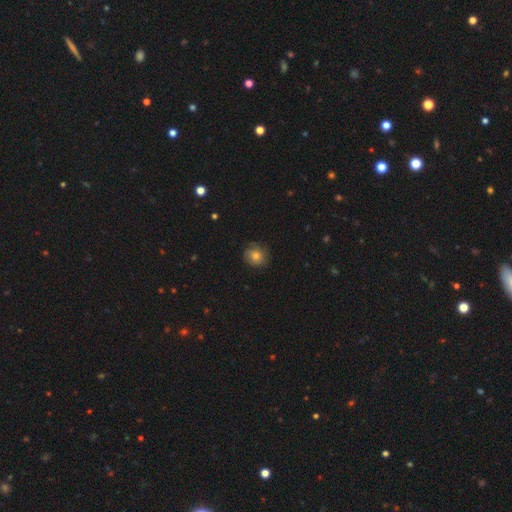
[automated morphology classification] The model was most divided on "smooth or featured": smooth: 72%, featured or disk: 18%, star or artifact: 10%. More confident: how rounded — round (83%); merging — none (76%).